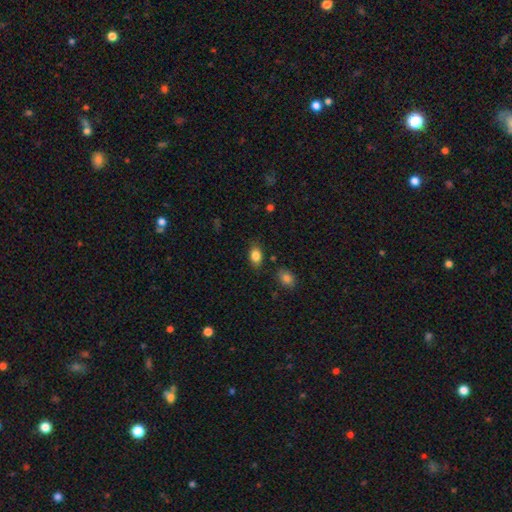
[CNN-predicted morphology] smooth 84%, star or artifact 9%, featured or disk 7%. Down the decision tree: how rounded — in between (84%); merging — none (80%).